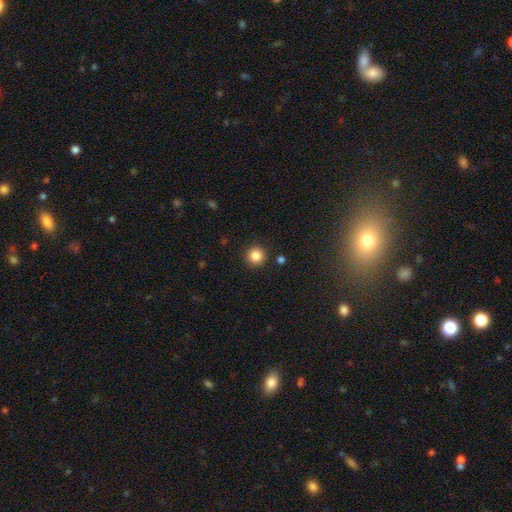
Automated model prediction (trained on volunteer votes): A smooth galaxy with no disk features (85%) that is round (95%). Merging: none (91%).